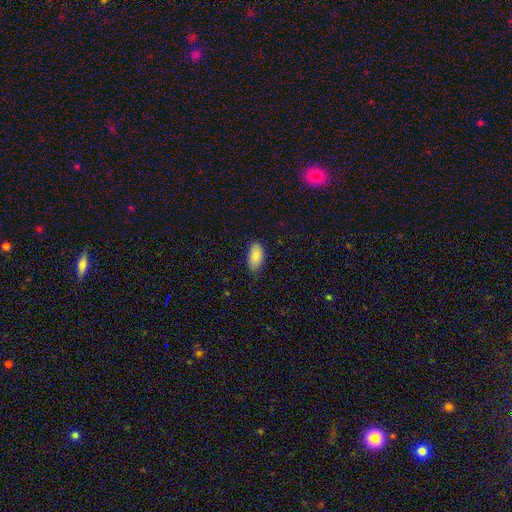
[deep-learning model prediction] smooth_or_featured: smooth (p=0.88) [alt: star or artifact p=0.07]
how_rounded: in between (p=0.94) [alt: cigar-shaped p=0.03]
merging: none (p=0.80) [alt: minor disturbance p=0.16]